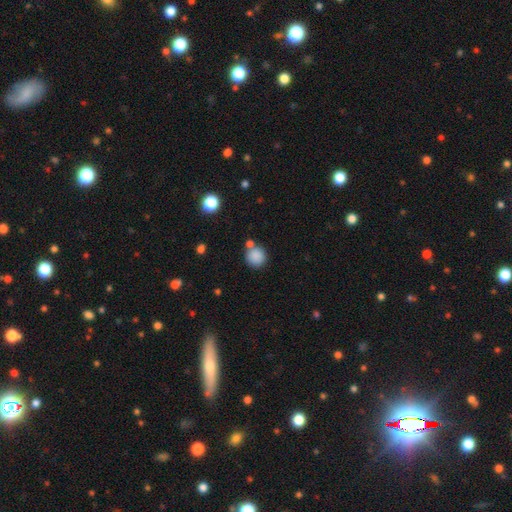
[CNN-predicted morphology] smooth-or-featured: smooth: 85% | star or artifact: 10% | featured or disk: 5%
  how-rounded: round: 92% | in between: 7% | cigar-shaped: 1%
  merging: none: 69% | merger: 17% | minor disturbance: 11% | major disturbance: 4%